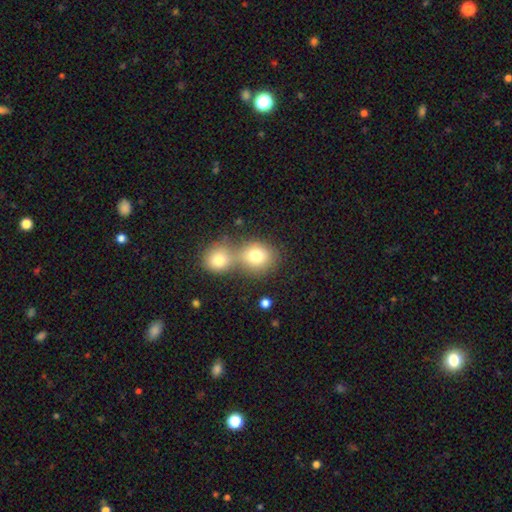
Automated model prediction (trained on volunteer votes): smooth_or_featured: smooth (p=0.78) [alt: featured or disk p=0.11]
how_rounded: round (p=0.78) [alt: in between p=0.21]
merging: merger (p=0.54) [alt: none p=0.35]